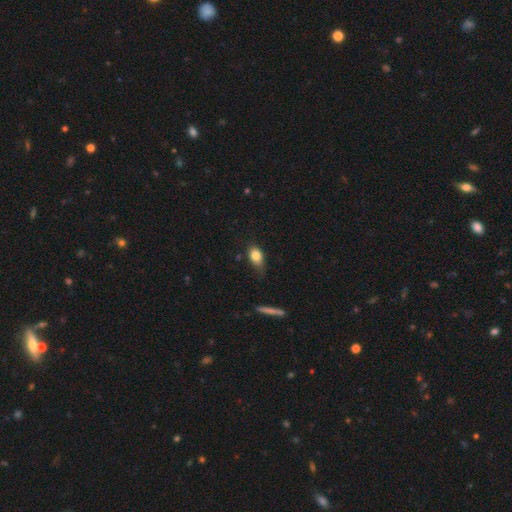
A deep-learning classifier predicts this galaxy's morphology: smooth_or_featured: smooth (p=0.80) [alt: featured or disk p=0.11]
how_rounded: in between (p=0.79) [alt: round p=0.14]
merging: none (p=0.52) [alt: minor disturbance p=0.35]